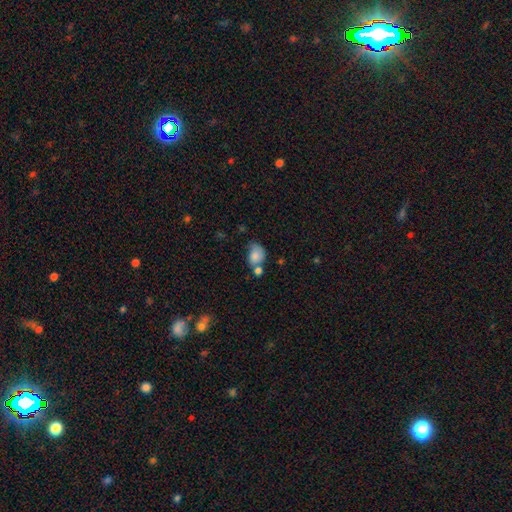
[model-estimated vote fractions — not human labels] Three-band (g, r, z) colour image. It shows a smooth galaxy with no disk features (80%) that is in between round and cigar-shaped (65%). Merging: none (36%).